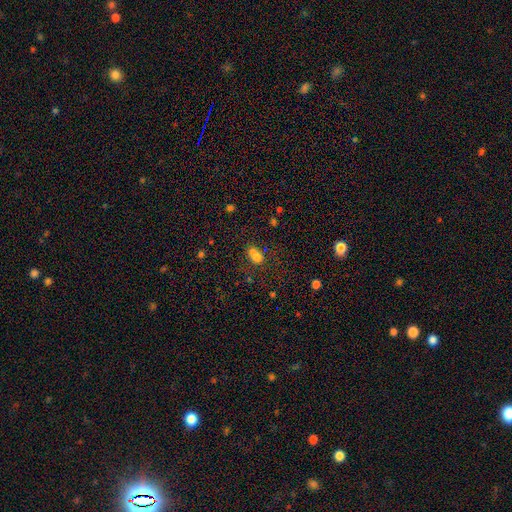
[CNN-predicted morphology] Q: Smooth or featured?
A: smooth (70%); runner-up: star or artifact (16%)
Q: How rounded?
A: in between (52%); runner-up: round (46%)
Q: Merging?
A: merger (50%); runner-up: none (32%)